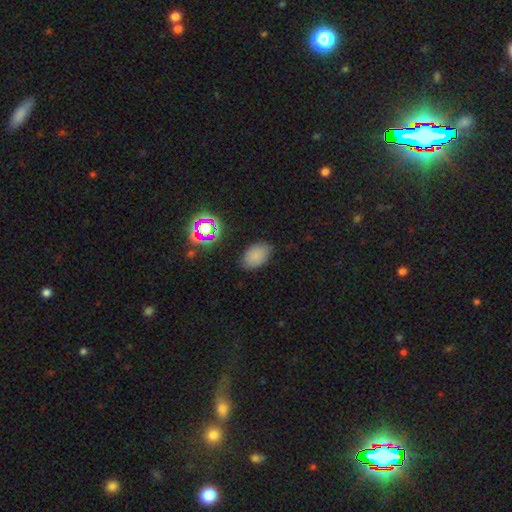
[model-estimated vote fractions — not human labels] Smooth or featured: smooth — 79% (star or artifact — 14%)
How rounded: in between — 89% (round — 9%)
Merging: none — 80% (minor disturbance — 14%)